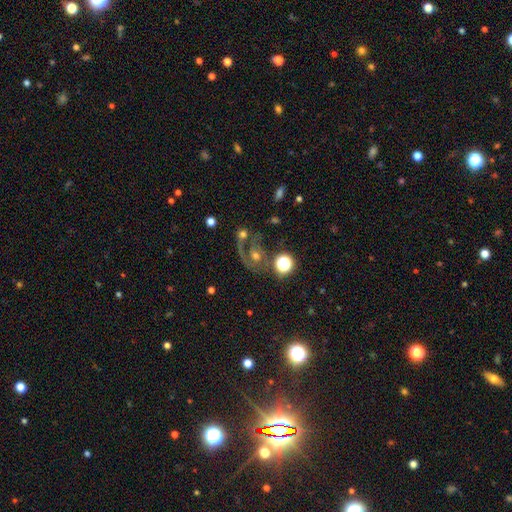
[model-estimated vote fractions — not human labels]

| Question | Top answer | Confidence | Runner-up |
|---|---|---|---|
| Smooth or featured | featured or disk | 60% | smooth (21%) |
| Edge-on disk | no | 97% | yes (3%) |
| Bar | no | 73% | weak (20%) |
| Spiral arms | yes | 75% | no (25%) |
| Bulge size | moderate | 54% | small (28%) |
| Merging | none | 36% | major disturbance (27%) |